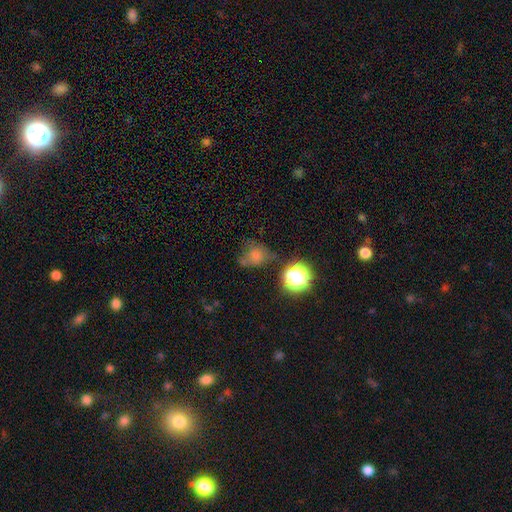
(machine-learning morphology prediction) type=smooth (66%); roundness=round (68%); merging=none (49%).